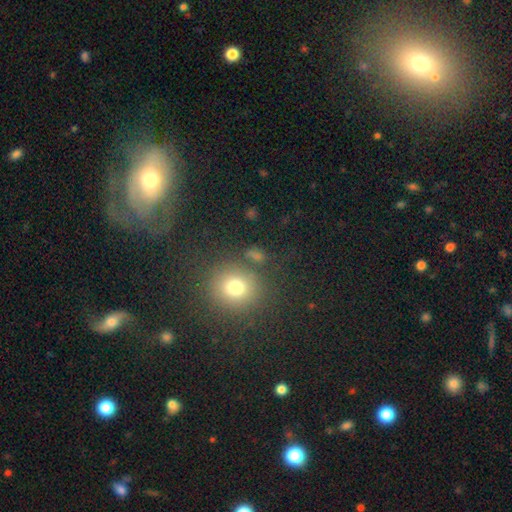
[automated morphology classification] smooth_or_featured: smooth (p=0.67) [alt: star or artifact p=0.23]
how_rounded: round (p=0.74) [alt: in between p=0.23]
merging: none (p=0.75) [alt: minor disturbance p=0.11]